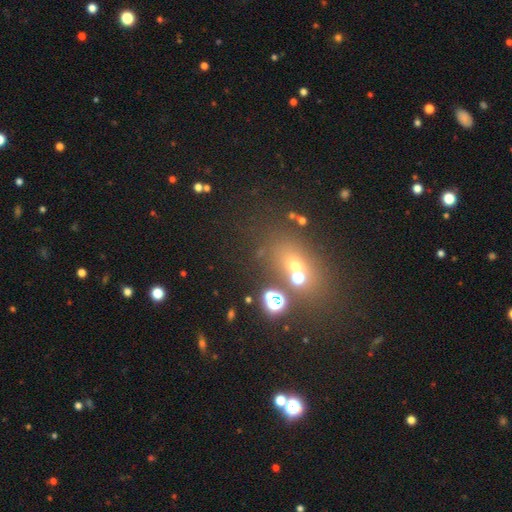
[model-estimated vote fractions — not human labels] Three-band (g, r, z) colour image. It shows a star or artifact, not a galaxy (43%).